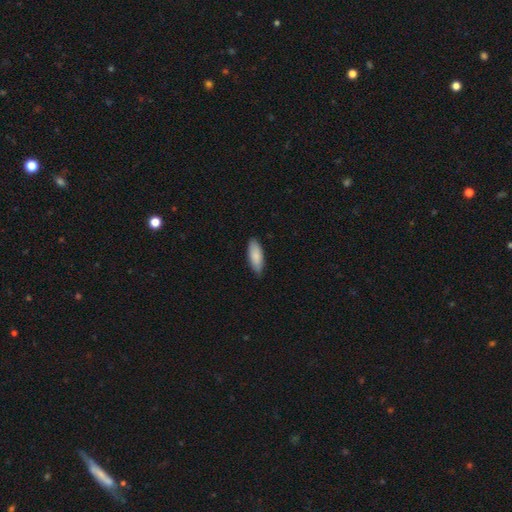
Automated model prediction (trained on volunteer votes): This is clearly a smooth galaxy (85%). How rounded: likely in between (73%). Merging: clearly none (82%).